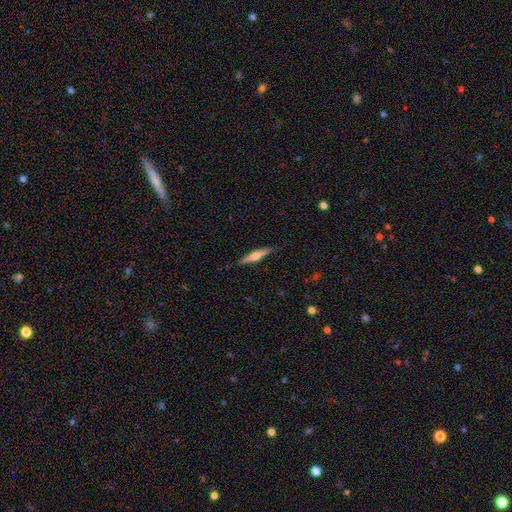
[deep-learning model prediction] Morphology: type=featured or disk (56%); edge-on=yes (97%); edge-on bulge=rounded (82%); merging=none (88%).